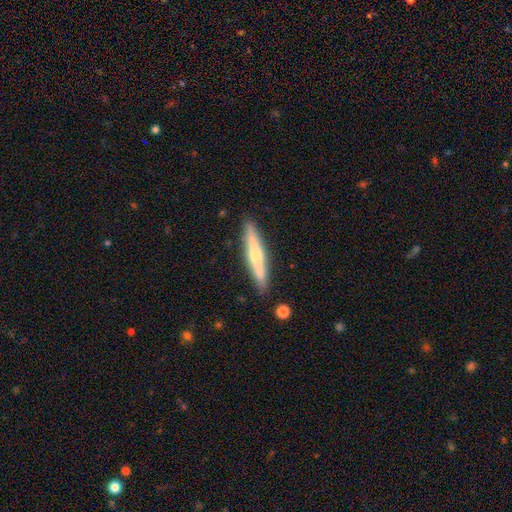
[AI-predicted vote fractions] A featured or disk galaxy (50%) viewed edge-on (96%). Merging: none (88%).